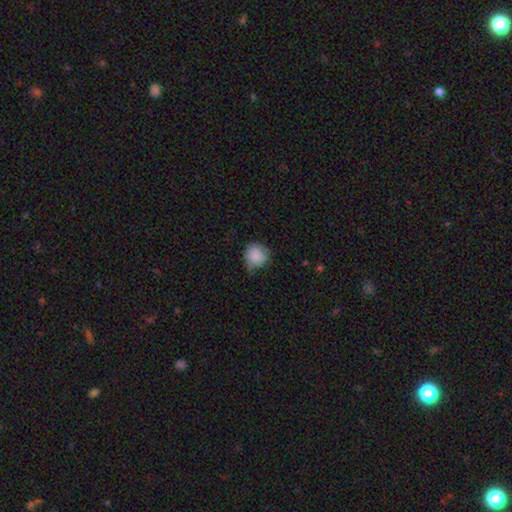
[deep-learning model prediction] Overall: smooth (86%). How rounded: round (85%). Merging: none (51%; minor disturbance 38%).